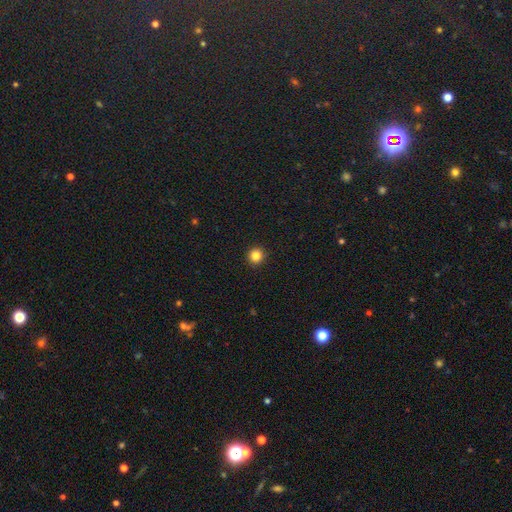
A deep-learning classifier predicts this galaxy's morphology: A smooth galaxy with no disk features (85%) that is round (94%). Merging: none (93%).